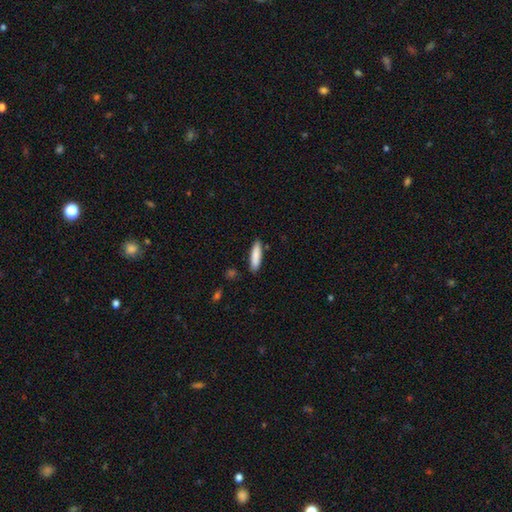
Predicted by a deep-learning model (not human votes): Overall: smooth (86%). How rounded: cigar-shaped (68%; in between 30%). Merging: none (86%).